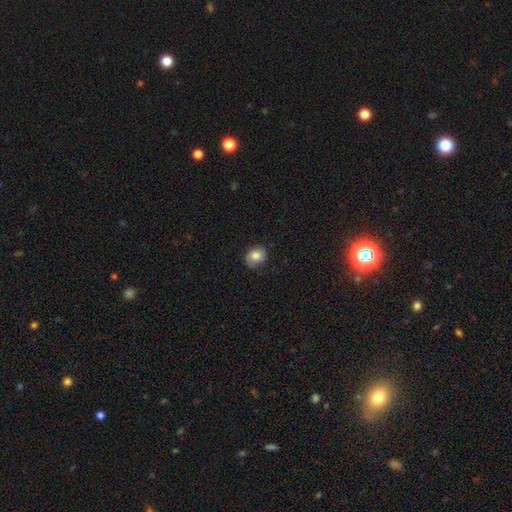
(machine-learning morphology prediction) smooth-or-featured: smooth: 77% | featured or disk: 15% | star or artifact: 8%
  how-rounded: round: 51% | in between: 48% | cigar-shaped: 1%
  merging: none: 78% | minor disturbance: 17% | major disturbance: 4% | merger: 1%